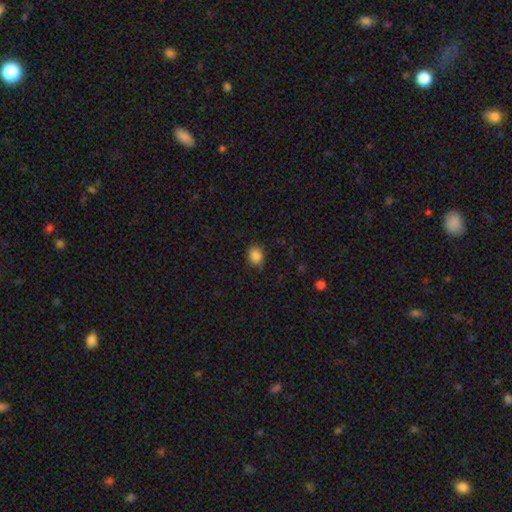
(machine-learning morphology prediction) A smooth galaxy with no disk features (87%) that is round (53%).

Vote fractions:
- Smooth or featured? smooth: 87% / star or artifact: 10% / featured or disk: 4%
- How rounded? round: 53% / in between: 46% / cigar-shaped: 1%
- Merging? none: 82% / minor disturbance: 14% / major disturbance: 3% / merger: 1%